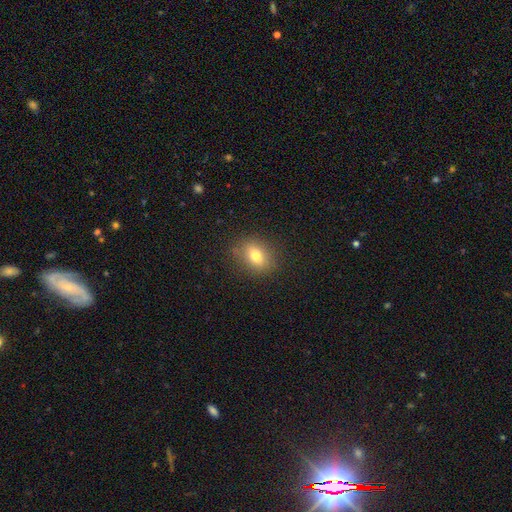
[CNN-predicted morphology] A smooth galaxy with no disk features (75%) that is in between round and cigar-shaped (64%). Merging: none (83%).